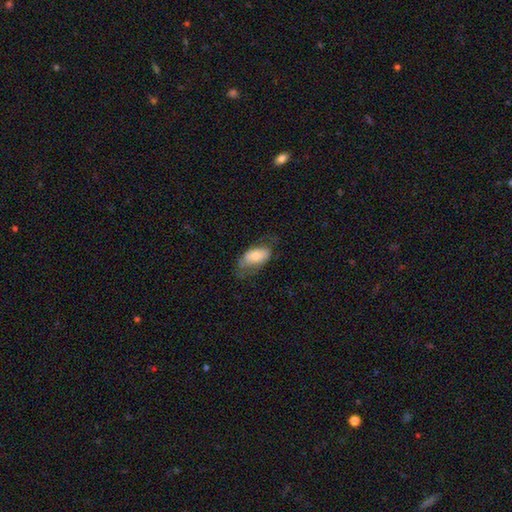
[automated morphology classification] Q: Smooth or featured?
A: smooth (66%); runner-up: featured or disk (27%)
Q: How rounded?
A: in between (92%); runner-up: round (5%)
Q: Merging?
A: none (49%); runner-up: minor disturbance (30%)